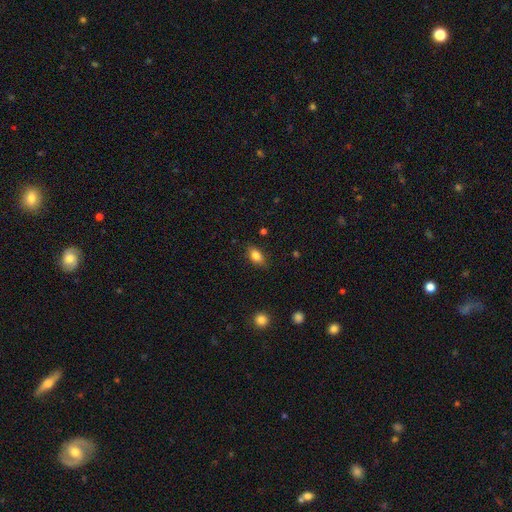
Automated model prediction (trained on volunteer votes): Smooth or featured?
  - smooth: 83% *
  - star or artifact: 9%
  - featured or disk: 8%
How rounded?
  - in between: 85% *
  - round: 9%
  - cigar-shaped: 5%
Merging?
  - none: 83% *
  - minor disturbance: 13%
  - major disturbance: 3%
  - merger: 1%